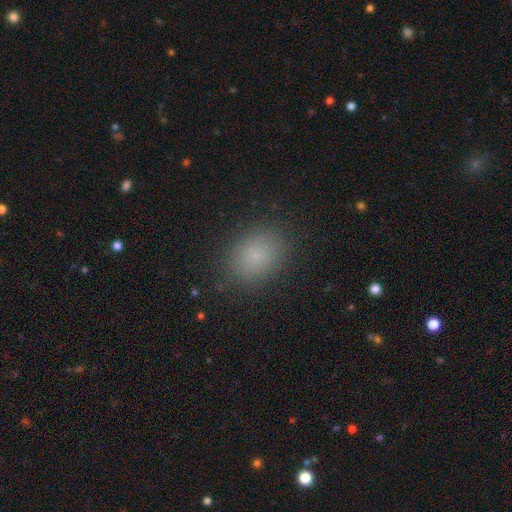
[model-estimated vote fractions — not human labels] Q: Smooth or featured?
A: smooth (79%); runner-up: star or artifact (13%)
Q: How rounded?
A: in between (56%); runner-up: round (43%)
Q: Merging?
A: none (86%); runner-up: minor disturbance (9%)